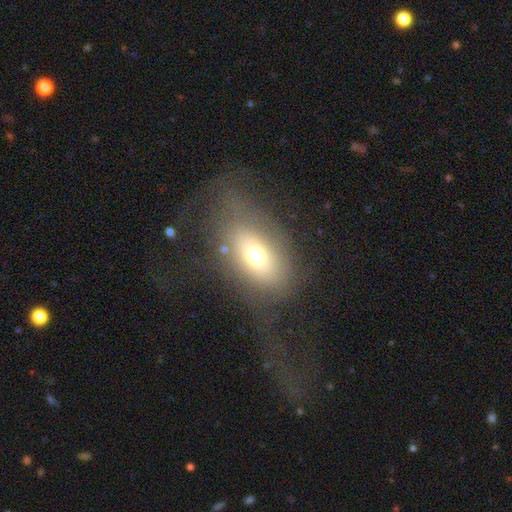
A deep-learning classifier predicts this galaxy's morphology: The model was most divided on "merging": none: 46%, major disturbance: 32%, minor disturbance: 20%, merger: 2%. More confident: how rounded — in between (82%); smooth or featured — smooth (61%).